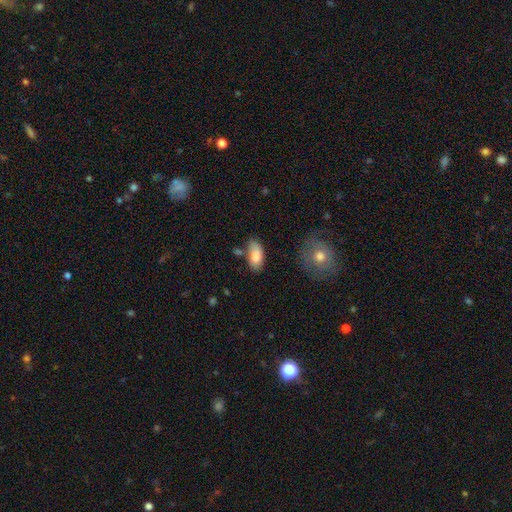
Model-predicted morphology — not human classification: Q: Smooth or featured?
A: smooth (84%); runner-up: featured or disk (9%)
Q: How rounded?
A: in between (92%); runner-up: cigar-shaped (5%)
Q: Merging?
A: none (64%); runner-up: minor disturbance (21%)